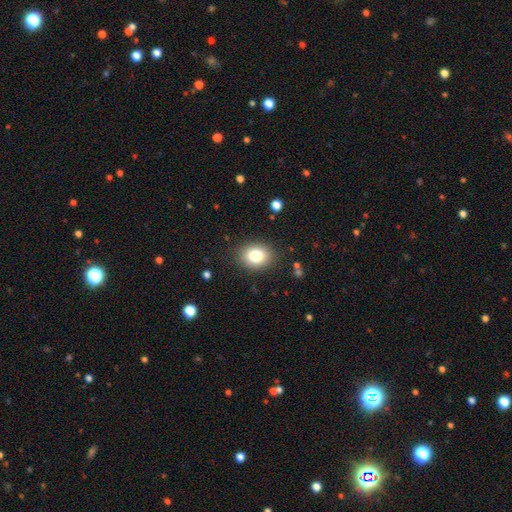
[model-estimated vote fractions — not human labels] smooth 80%, star or artifact 10%, featured or disk 10%. Down the decision tree: how rounded — in between (52%); merging — none (87%).